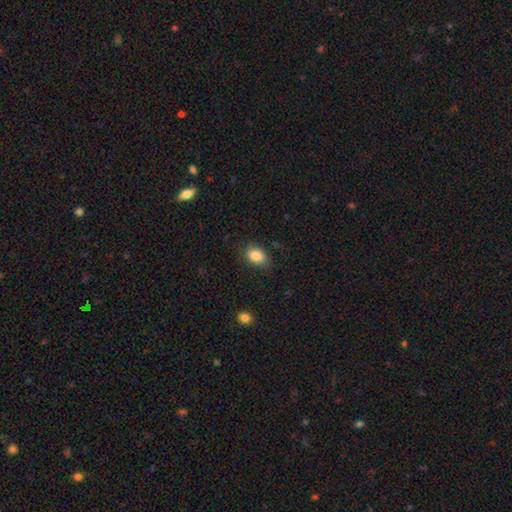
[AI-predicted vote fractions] Smooth or featured: smooth — 85% (star or artifact — 8%)
How rounded: in between — 84% (round — 14%)
Merging: none — 79% (minor disturbance — 16%)